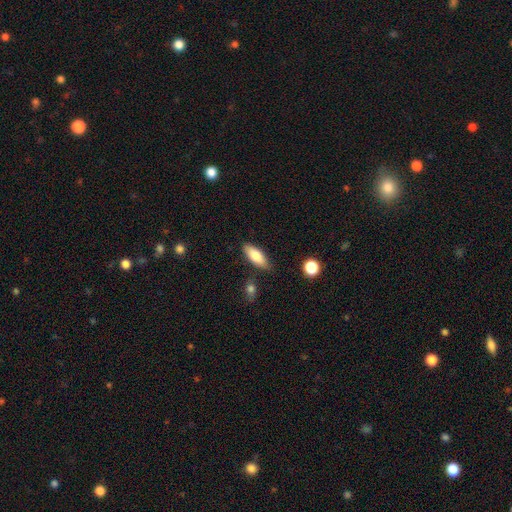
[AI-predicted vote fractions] Morphology: type=smooth (80%); roundness=in between (71%); merging=none (81%).